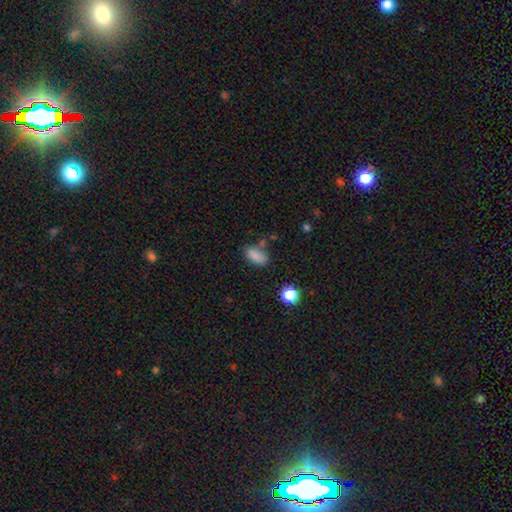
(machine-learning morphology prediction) smooth-or-featured: smooth: 82% | star or artifact: 12% | featured or disk: 6%
  how-rounded: in between: 87% | round: 7% | cigar-shaped: 7%
  merging: none: 61% | minor disturbance: 22% | merger: 10% | major disturbance: 8%